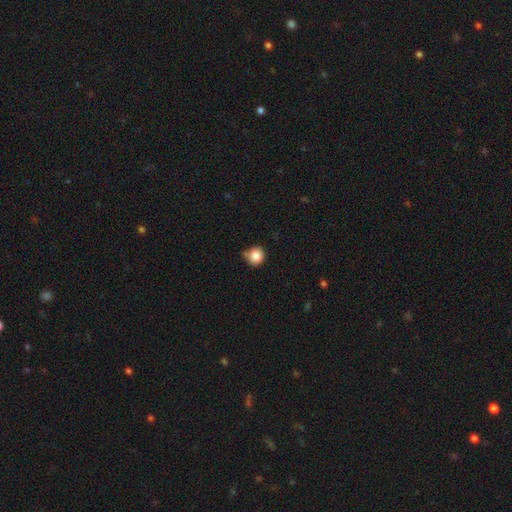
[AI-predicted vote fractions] Smooth or featured?
  - smooth: 85% *
  - star or artifact: 10%
  - featured or disk: 5%
How rounded?
  - round: 92% *
  - in between: 7%
  - cigar-shaped: 1%
Merging?
  - none: 67% *
  - minor disturbance: 22%
  - merger: 7%
  - major disturbance: 4%